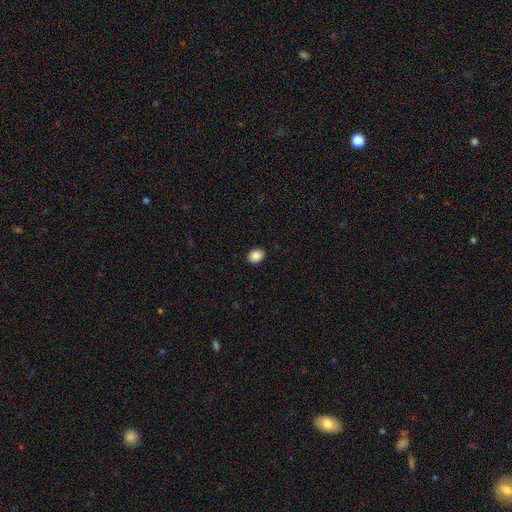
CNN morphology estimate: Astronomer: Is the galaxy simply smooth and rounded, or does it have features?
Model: smooth — 87%.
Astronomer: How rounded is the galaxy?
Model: in between — 59% (runner-up: round, 40%).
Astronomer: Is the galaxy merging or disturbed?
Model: none — 91%.